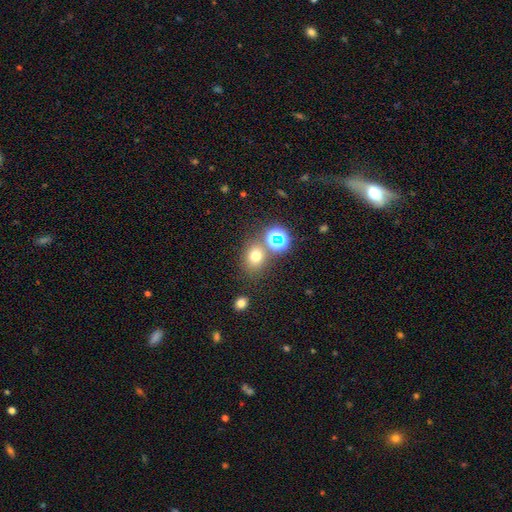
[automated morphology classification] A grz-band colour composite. It shows a smooth galaxy with no disk features (68%) that is round (61%). Merging: none (70%).